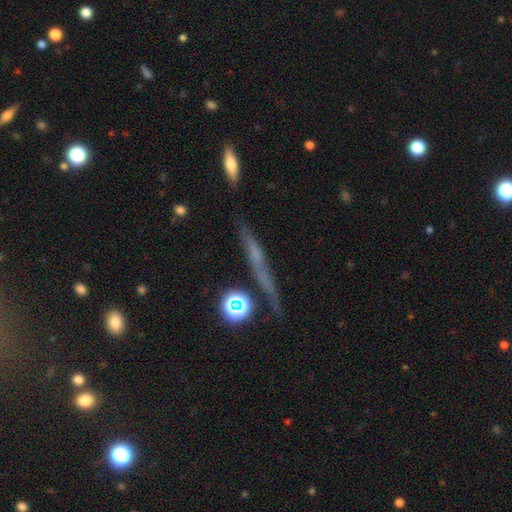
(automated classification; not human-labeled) This appears to be a featured or disk galaxy (43%). Merging: none (65%).